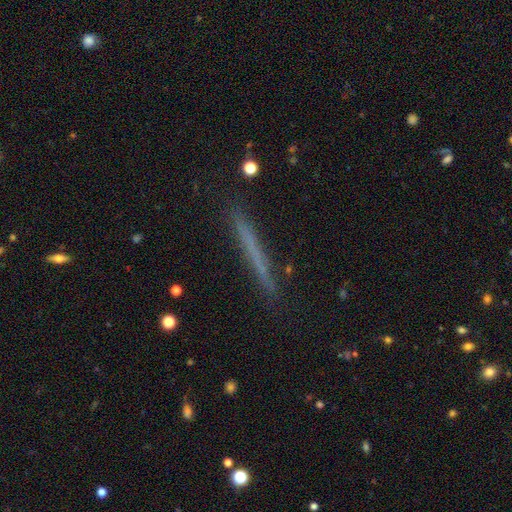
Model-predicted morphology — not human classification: Smooth or featured? smooth (53%)
How rounded? cigar-shaped (96%)
Merging? none (87%)